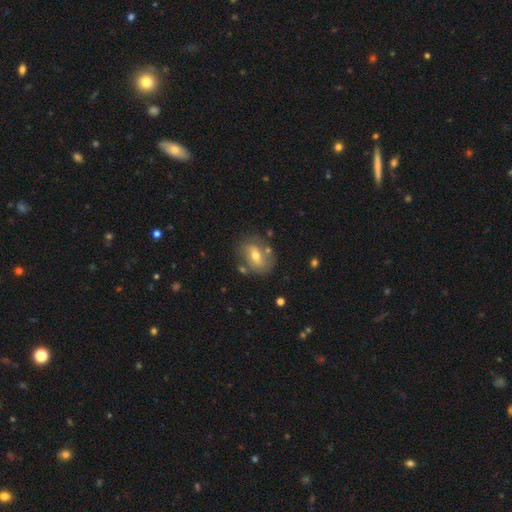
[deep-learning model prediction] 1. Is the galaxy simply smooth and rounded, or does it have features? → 48% featured or disk, 43% smooth, 9% star or artifact.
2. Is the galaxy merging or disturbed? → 71% none, 16% minor disturbance, 6% merger, 6% major disturbance.